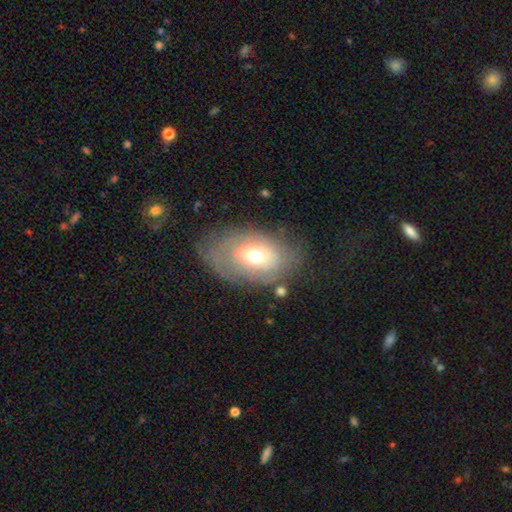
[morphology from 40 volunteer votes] type=featured or disk (57%); edge-on=no (87%); bar=no (95%); spiral arms=no (55%); bulge=small (60%); merging=none (46%).